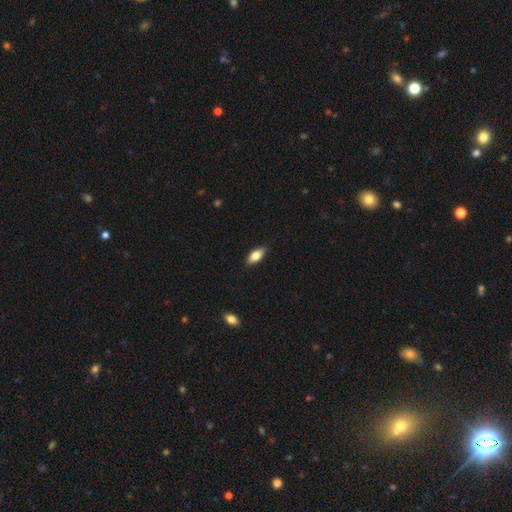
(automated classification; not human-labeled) smooth-or-featured: smooth: 80% | featured or disk: 14% | star or artifact: 7%
  how-rounded: in between: 87% | cigar-shaped: 10% | round: 3%
  merging: none: 88% | minor disturbance: 9% | major disturbance: 2% | merger: 1%